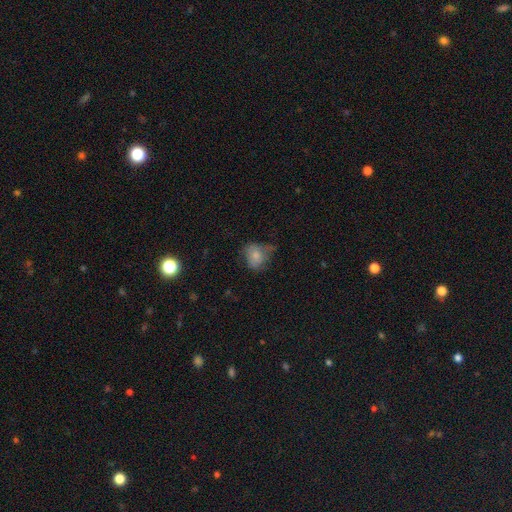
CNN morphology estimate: type=smooth (71%); roundness=round (53%); merging=none (38%).